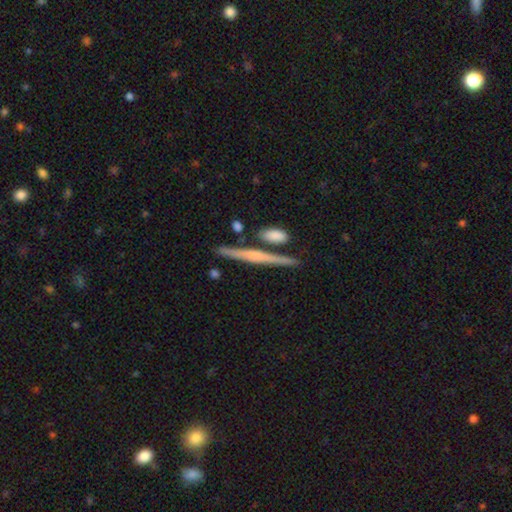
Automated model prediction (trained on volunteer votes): Overall: featured or disk (58%; smooth 36%). Edge-on disk: yes (96%). Edge-on bulge: none (43%; rounded 42%). Merging: none (80%).